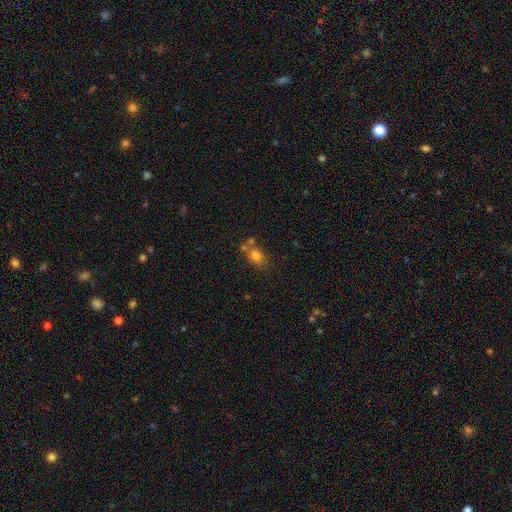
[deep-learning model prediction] A smooth galaxy with no disk features (78%) that is in between round and cigar-shaped (54%).

Vote fractions:
- Smooth or featured? smooth: 78% / star or artifact: 12% / featured or disk: 10%
- How rounded? in between: 54% / round: 45% / cigar-shaped: 2%
- Merging? none: 51% / merger: 28% / minor disturbance: 14% / major disturbance: 6%